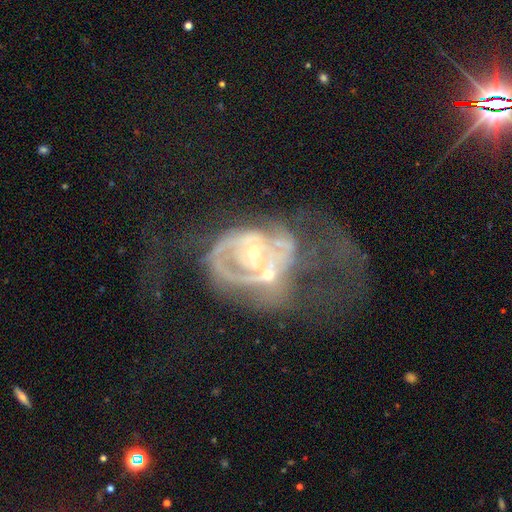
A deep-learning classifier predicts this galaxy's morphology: featured or disk 78%, smooth 13%, star or artifact 9%. Down the decision tree: edge-on disk — no (97%); bar — no (76%); spiral arms — yes (65%); bulge size — small (64%); merging — merger (42%).